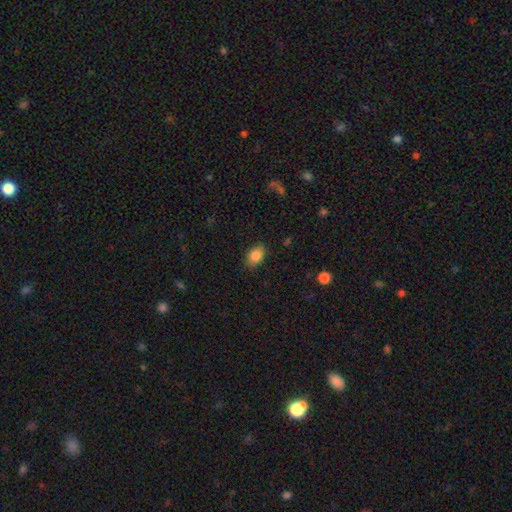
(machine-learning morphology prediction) Q: Smooth or featured?
A: smooth (86%); runner-up: star or artifact (9%)
Q: How rounded?
A: in between (83%); runner-up: round (16%)
Q: Merging?
A: none (86%); runner-up: minor disturbance (10%)